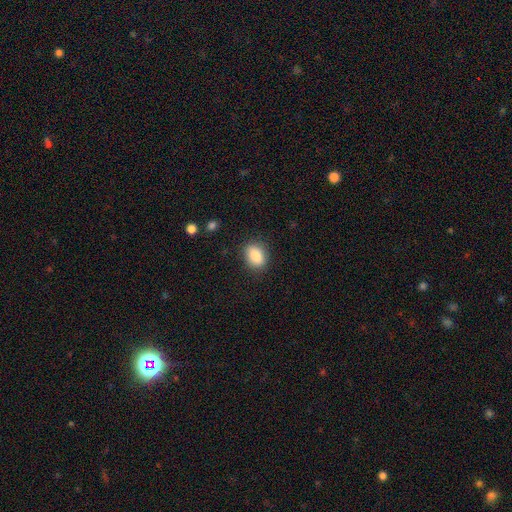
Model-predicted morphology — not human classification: Smooth or featured? Predicted: smooth (p=0.87). How rounded? Predicted: in between (p=0.77). Merging? Predicted: none (p=0.85).